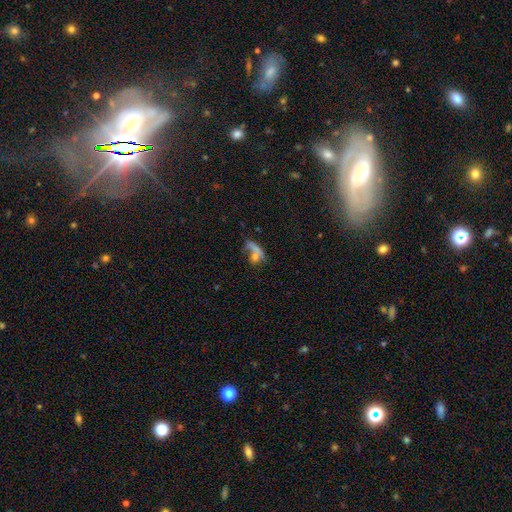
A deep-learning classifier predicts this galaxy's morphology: smooth-or-featured: smooth: 54% | featured or disk: 27% | star or artifact: 19%
  how-rounded: in between: 53% | round: 28% | cigar-shaped: 19%
  merging: merger: 35% | none: 30% | major disturbance: 23% | minor disturbance: 12%